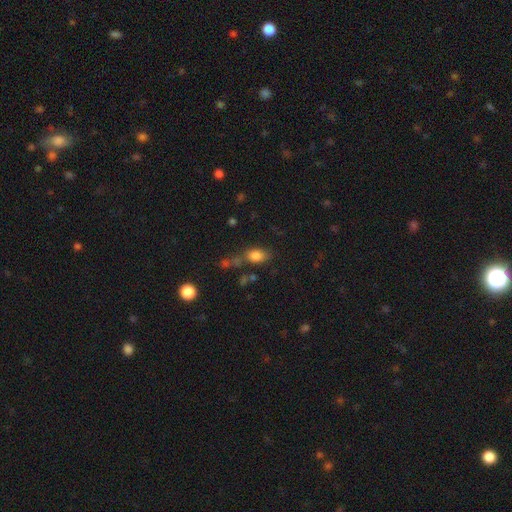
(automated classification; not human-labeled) Smooth or featured? smooth (80%)
How rounded? in between (80%)
Merging? none (54%)